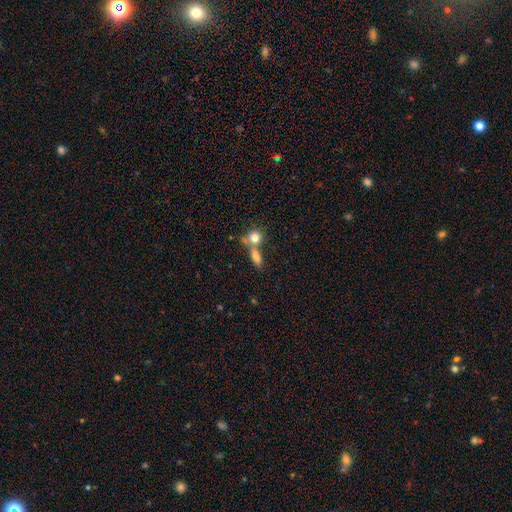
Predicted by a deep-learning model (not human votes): The model was most divided on "merging": none: 43%, merger: 42%, minor disturbance: 10%, major disturbance: 5%. More confident: smooth or featured — smooth (71%); how rounded — in between (54%).